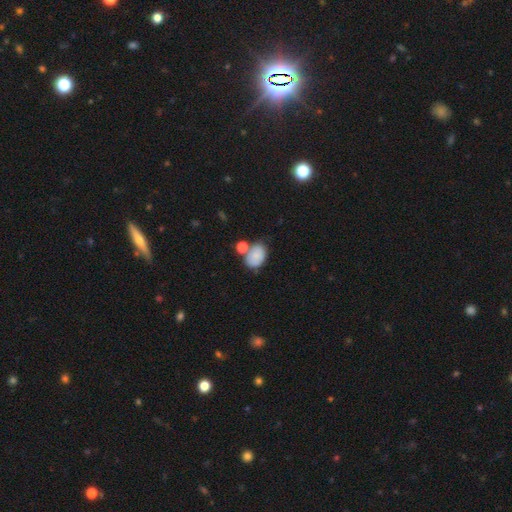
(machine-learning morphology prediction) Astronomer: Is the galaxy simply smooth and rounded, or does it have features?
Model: smooth — 82%.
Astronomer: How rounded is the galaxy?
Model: in between — 77%.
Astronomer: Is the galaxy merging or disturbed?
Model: none — 51%.